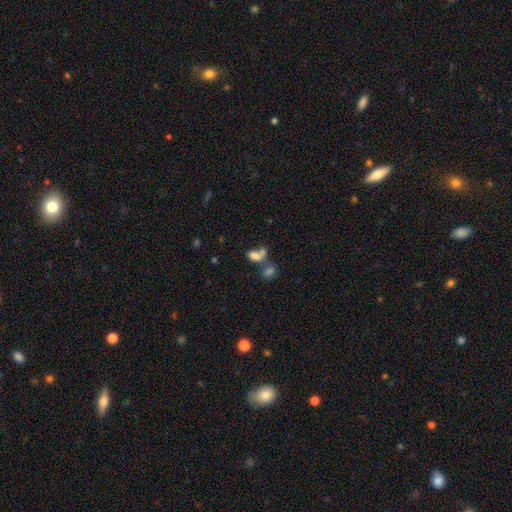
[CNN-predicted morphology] Smooth or featured? Predicted: smooth (p=0.74). How rounded? Predicted: in between (p=0.87). Merging? Predicted: merger (p=0.52).